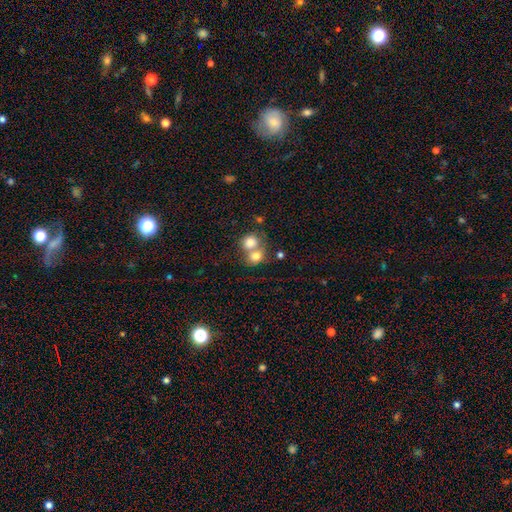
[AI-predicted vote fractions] Smooth or featured? Predicted: smooth (p=0.61). How rounded? Predicted: round (p=0.77). Merging? Predicted: merger (p=0.50).